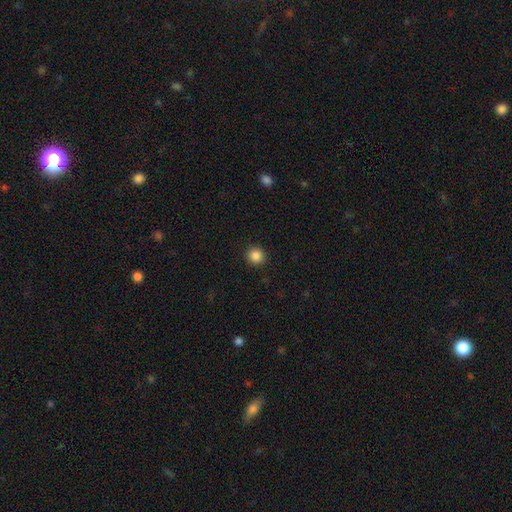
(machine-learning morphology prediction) A smooth galaxy with no disk features (87%) that is round (94%). Merging: none (92%).